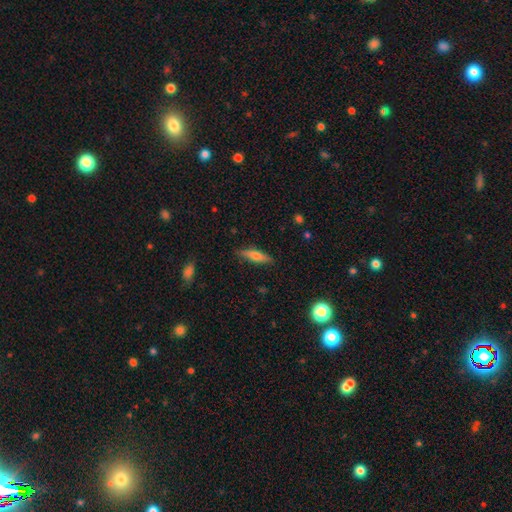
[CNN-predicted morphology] This appears to be a smooth galaxy with no disk features (57%) that is cigar-shaped (72%). Merging: none (86%).